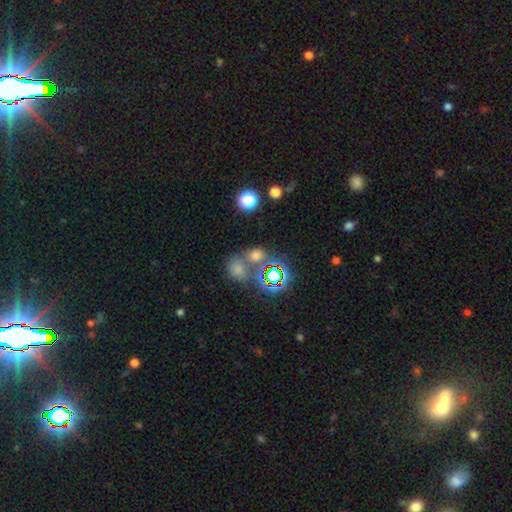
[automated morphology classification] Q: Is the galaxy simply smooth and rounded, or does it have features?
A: smooth — 58%.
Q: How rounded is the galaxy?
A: round — 60%.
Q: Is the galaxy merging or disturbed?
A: none — 44%.